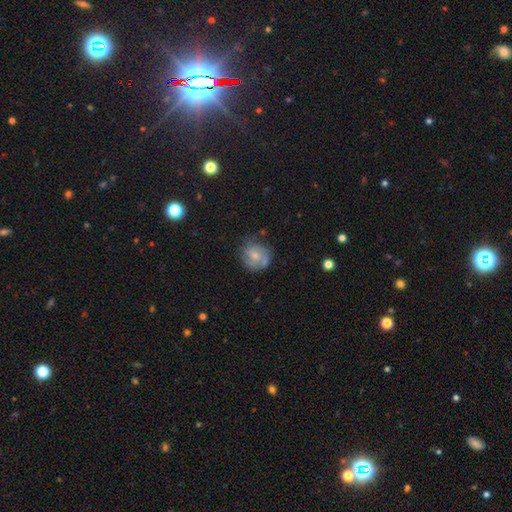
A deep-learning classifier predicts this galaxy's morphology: smooth-or-featured: featured or disk: 50% | smooth: 43% | star or artifact: 8%
  merging: none: 63% | minor disturbance: 22% | major disturbance: 9% | merger: 5%